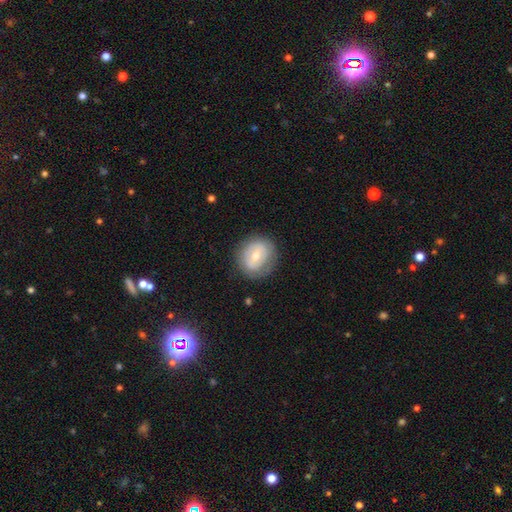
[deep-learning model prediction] smooth-or-featured: smooth: 48% | featured or disk: 45% | star or artifact: 7%
  merging: none: 78% | minor disturbance: 15% | major disturbance: 6% | merger: 1%